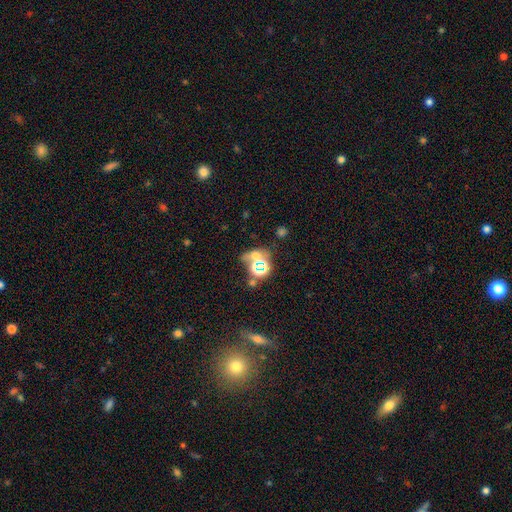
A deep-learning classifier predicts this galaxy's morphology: Smooth or featured?
  - star or artifact: 48% *
  - smooth: 38%
  - featured or disk: 14%